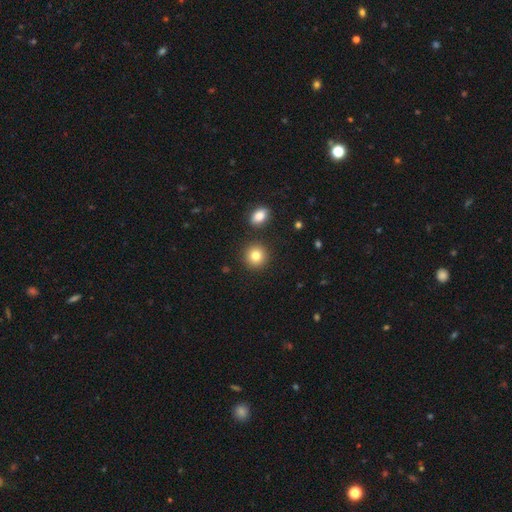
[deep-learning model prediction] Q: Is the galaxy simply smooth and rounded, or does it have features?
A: smooth — 83%.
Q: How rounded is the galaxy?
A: round — 91%.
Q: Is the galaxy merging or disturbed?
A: none — 88%.